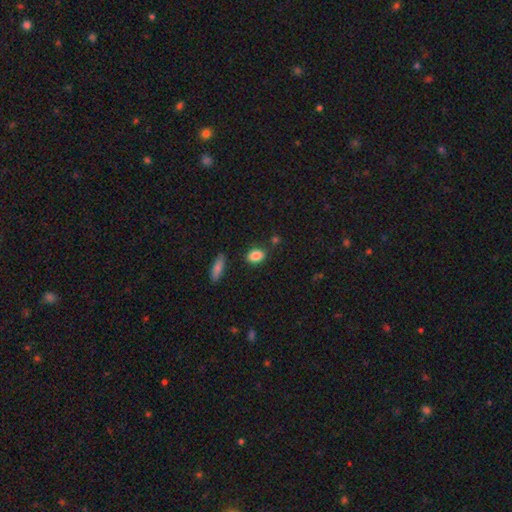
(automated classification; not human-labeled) smooth_or_featured: smooth (p=0.87) [alt: star or artifact p=0.08]
how_rounded: in between (p=0.77) [alt: round p=0.20]
merging: none (p=0.79) [alt: minor disturbance p=0.13]